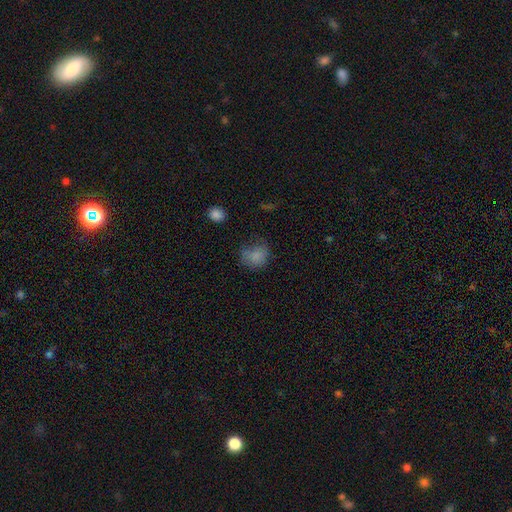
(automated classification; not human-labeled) This is likely a smooth galaxy (79%). How rounded: likely round (67%). Merging: possibly none (53%).